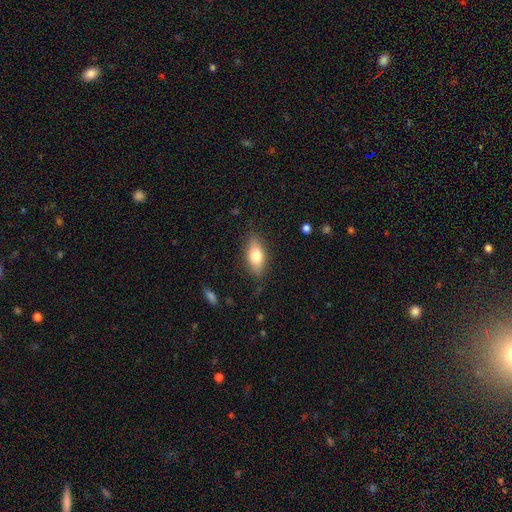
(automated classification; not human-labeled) Smooth or featured: smooth — 72% (featured or disk — 21%)
How rounded: in between — 81% (cigar-shaped — 14%)
Merging: none — 83% (minor disturbance — 13%)